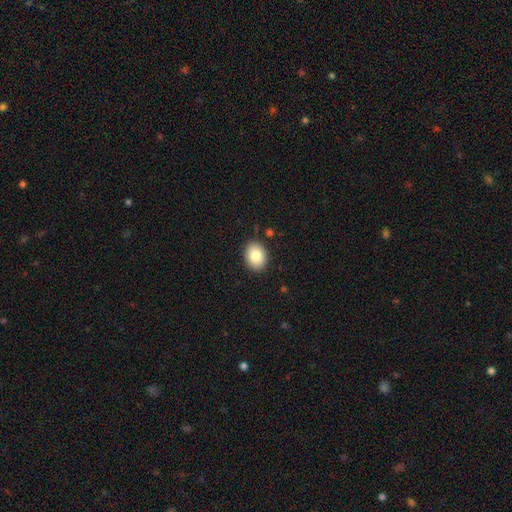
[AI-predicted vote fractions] smooth_or_featured: smooth (p=0.83) [alt: featured or disk p=0.09]
how_rounded: in between (p=0.61) [alt: round p=0.38]
merging: none (p=0.89) [alt: minor disturbance p=0.08]